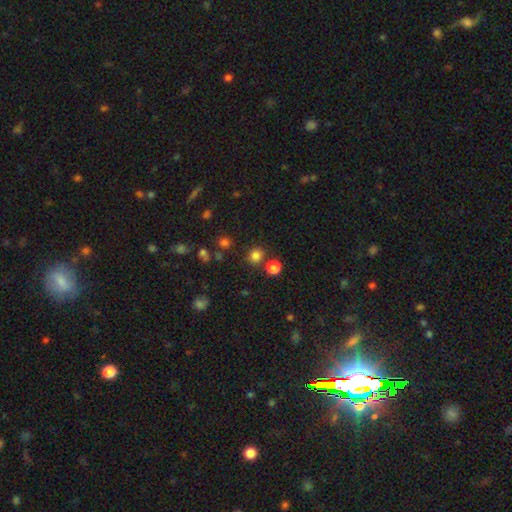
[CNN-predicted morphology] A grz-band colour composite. It shows a smooth galaxy with no disk features (80%) that is round (86%). Merging: none (81%).